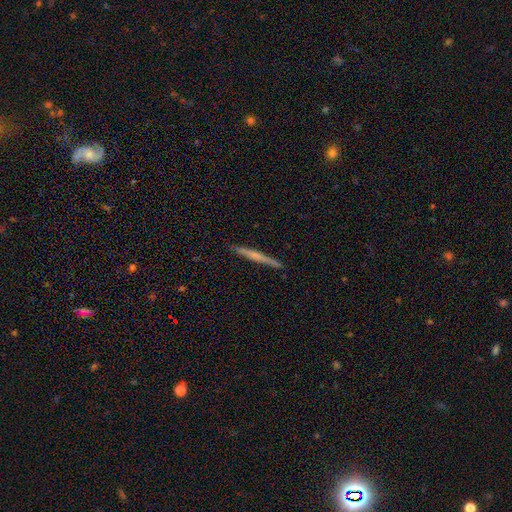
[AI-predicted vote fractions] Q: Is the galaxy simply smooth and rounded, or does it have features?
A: featured or disk — 52%.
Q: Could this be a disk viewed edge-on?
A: yes — 98%.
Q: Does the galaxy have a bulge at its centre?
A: none — 63%.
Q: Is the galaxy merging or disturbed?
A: none — 91%.